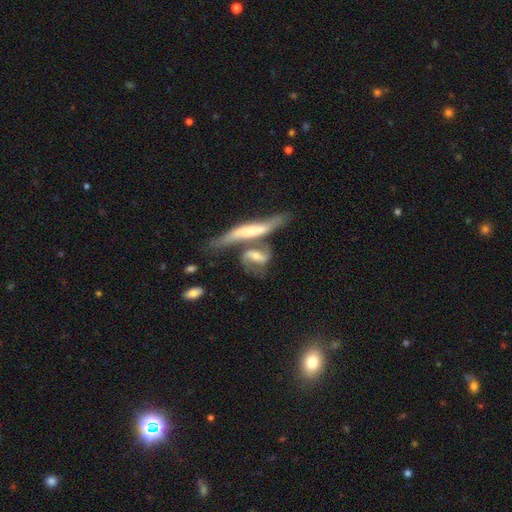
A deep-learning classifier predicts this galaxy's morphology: smooth_or_featured: featured or disk (p=0.75) [alt: smooth p=0.20]
disk_edge_on: no (p=0.74) [alt: yes p=0.26]
bar: weak (p=0.41) [alt: no p=0.30]
has_spiral_arms: yes (p=0.88) [alt: no p=0.12]
bulge_size: moderate (p=0.50) [alt: small p=0.40]
merging: merger (p=0.50) [alt: none p=0.33]